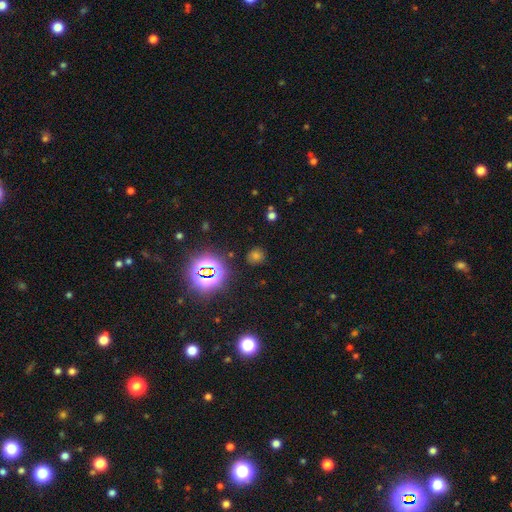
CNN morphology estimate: Smooth or featured? smooth (49%)
Merging? none (85%)